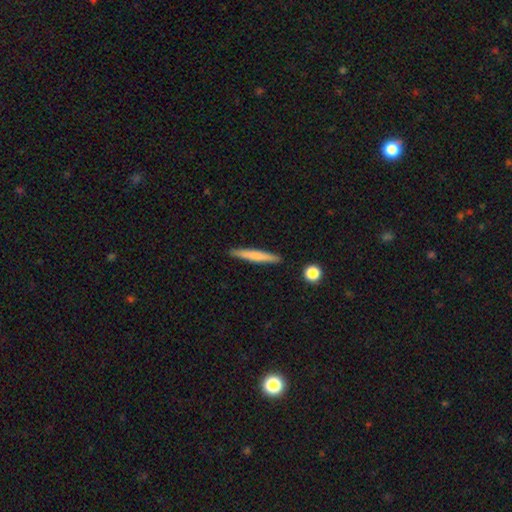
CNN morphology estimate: This is likely a smooth galaxy (70%). How rounded: clearly cigar-shaped (95%). Merging: clearly none (90%).